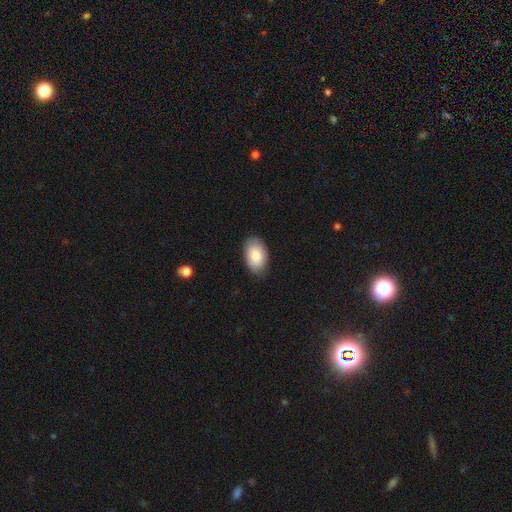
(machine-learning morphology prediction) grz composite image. It shows a smooth galaxy with no disk features (85%) that is in between round and cigar-shaped (92%). Merging: none (82%).